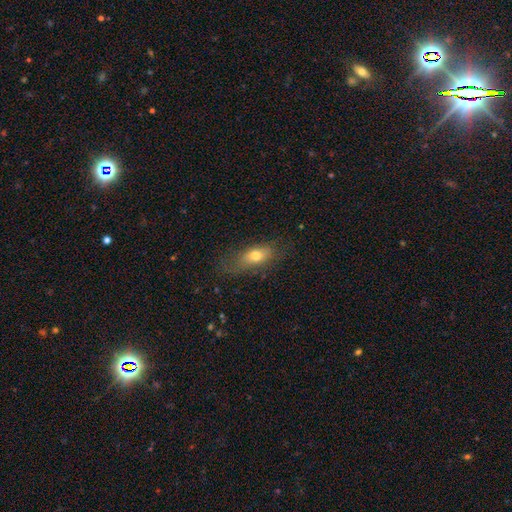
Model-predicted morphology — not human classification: This appears to be a smooth galaxy with no disk features (70%) that is in between round and cigar-shaped (76%). Merging: none (64%).